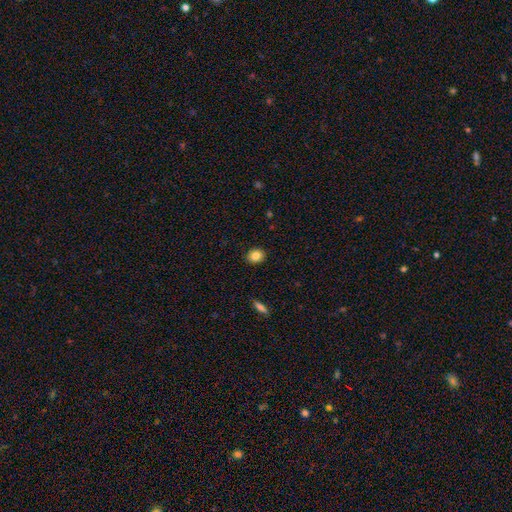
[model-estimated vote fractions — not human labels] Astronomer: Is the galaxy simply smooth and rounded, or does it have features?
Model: smooth — 84%.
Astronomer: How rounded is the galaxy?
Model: round — 54% (runner-up: in between, 45%).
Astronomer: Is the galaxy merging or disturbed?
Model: none — 90%.